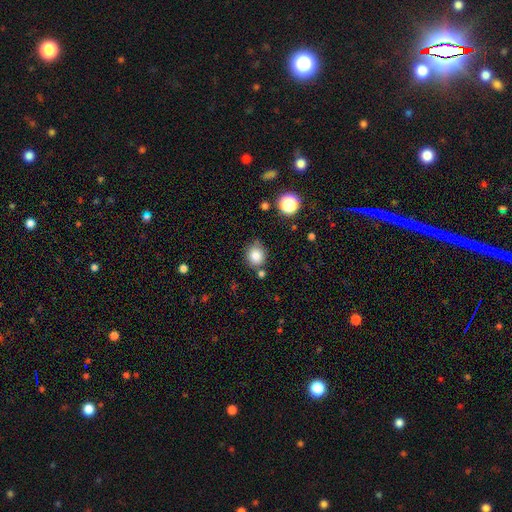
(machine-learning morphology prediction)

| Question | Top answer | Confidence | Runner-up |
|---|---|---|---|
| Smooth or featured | smooth | 83% | star or artifact (11%) |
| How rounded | round | 80% | in between (19%) |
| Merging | none | 74% | minor disturbance (15%) |